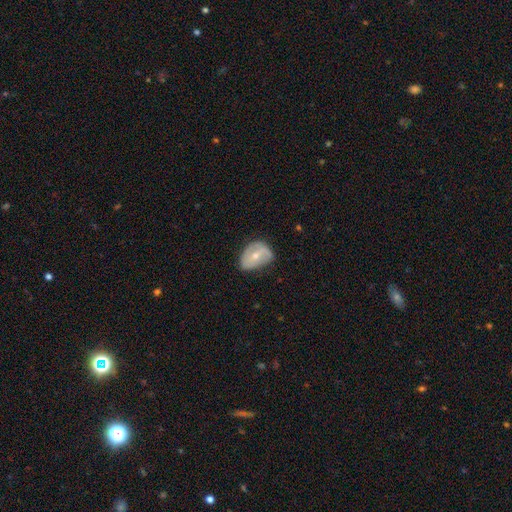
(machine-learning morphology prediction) Q: Smooth or featured?
A: featured or disk (48%); runner-up: smooth (45%)
Q: Merging?
A: none (46%); runner-up: minor disturbance (38%)